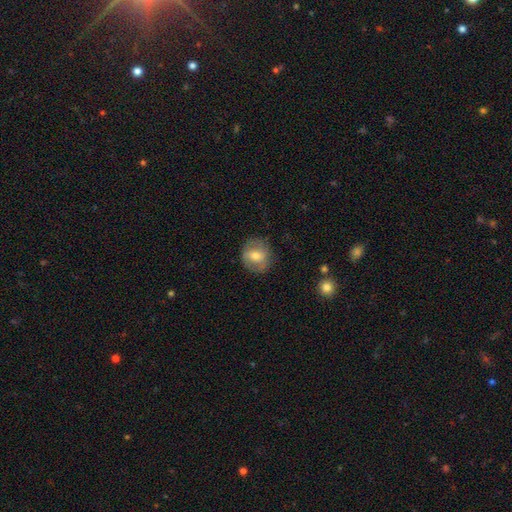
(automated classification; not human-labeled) This is possibly a smooth galaxy (56%). How rounded: likely round (79%). Merging: clearly none (80%).